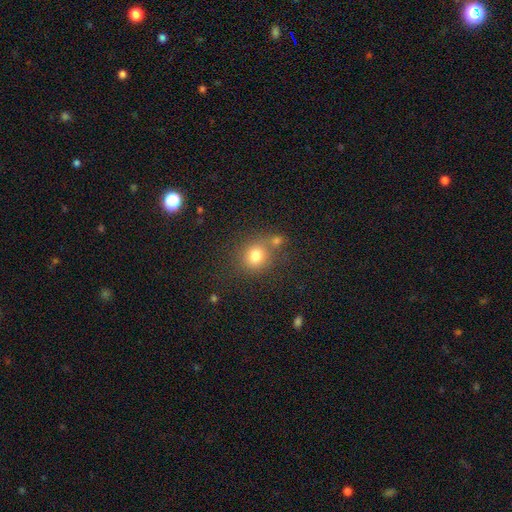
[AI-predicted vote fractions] Overall: smooth (78%). How rounded: round (83%). Merging: none (60%; merger 23%).